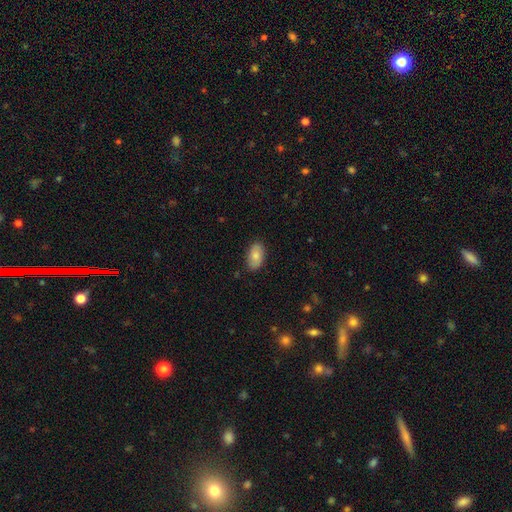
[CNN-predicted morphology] Smooth or featured? smooth (80%)
How rounded? in between (93%)
Merging? none (85%)